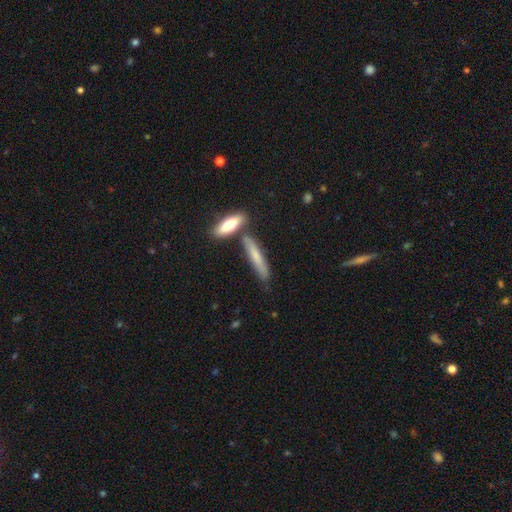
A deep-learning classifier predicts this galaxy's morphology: Q: Smooth or featured?
A: smooth (66%); runner-up: featured or disk (27%)
Q: How rounded?
A: cigar-shaped (86%); runner-up: in between (11%)
Q: Merging?
A: none (72%); runner-up: minor disturbance (12%)